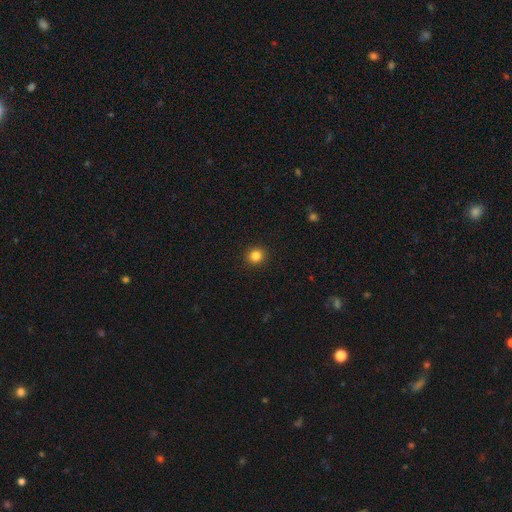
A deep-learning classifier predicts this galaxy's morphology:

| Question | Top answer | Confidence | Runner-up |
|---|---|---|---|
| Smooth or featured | smooth | 84% | star or artifact (12%) |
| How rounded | round | 91% | in between (8%) |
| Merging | none | 92% | minor disturbance (5%) |